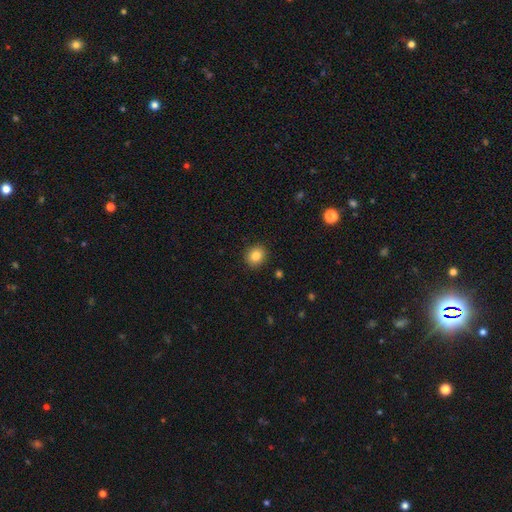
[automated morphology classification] Smooth or featured? Predicted: smooth (p=0.84). How rounded? Predicted: round (p=0.80). Merging? Predicted: none (p=0.91).